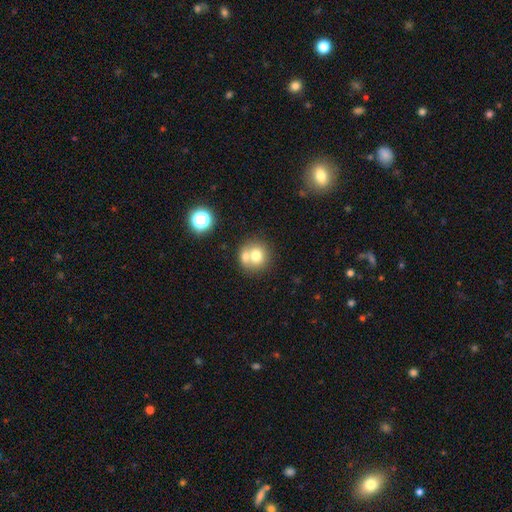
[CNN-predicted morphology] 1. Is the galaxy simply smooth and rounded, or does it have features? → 71% smooth, 18% featured or disk, 11% star or artifact.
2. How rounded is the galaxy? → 83% round, 16% in between, 1% cigar-shaped.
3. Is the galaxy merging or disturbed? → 47% merger, 42% none, 8% minor disturbance, 3% major disturbance.